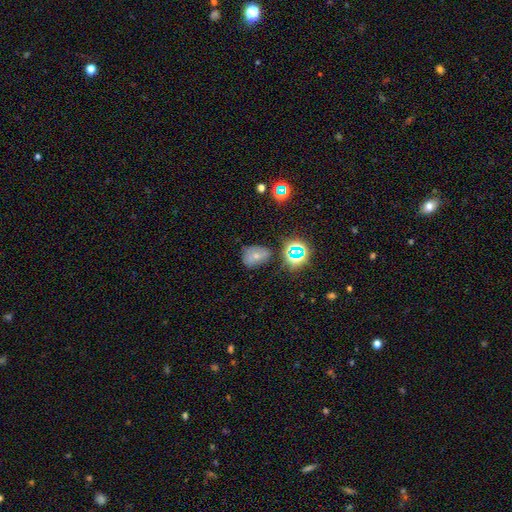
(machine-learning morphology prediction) smooth 51%, star or artifact 25%, featured or disk 24%. Down the decision tree: how rounded — in between (70%); merging — none (59%).